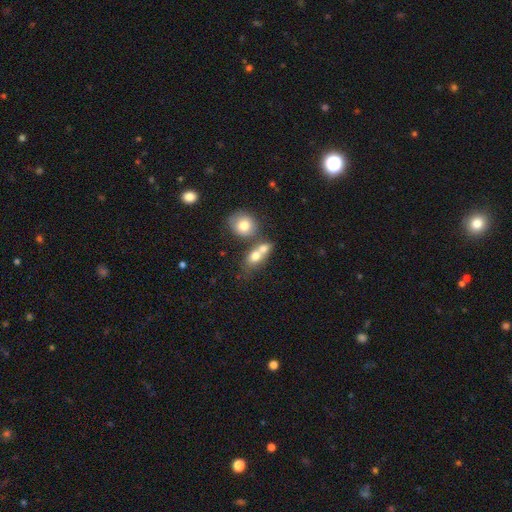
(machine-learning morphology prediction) smooth_or_featured: smooth (p=0.72) [alt: featured or disk p=0.18]
how_rounded: in between (p=0.62) [alt: round p=0.33]
merging: merger (p=0.59) [alt: none p=0.27]